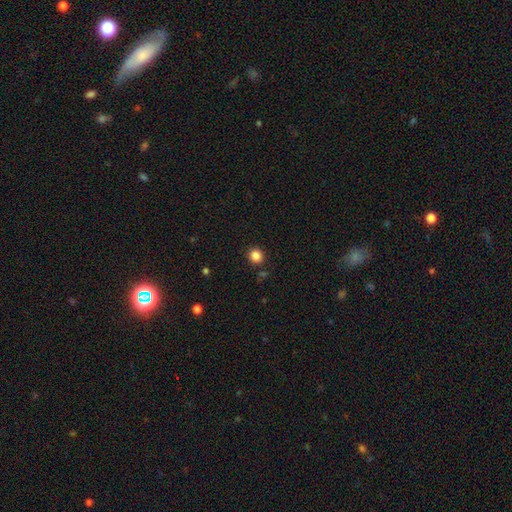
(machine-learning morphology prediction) Smooth or featured?
  - smooth: 85% *
  - star or artifact: 12%
  - featured or disk: 4%
How rounded?
  - round: 90% *
  - in between: 9%
  - cigar-shaped: 1%
Merging?
  - none: 90% *
  - minor disturbance: 6%
  - merger: 2%
  - major disturbance: 2%